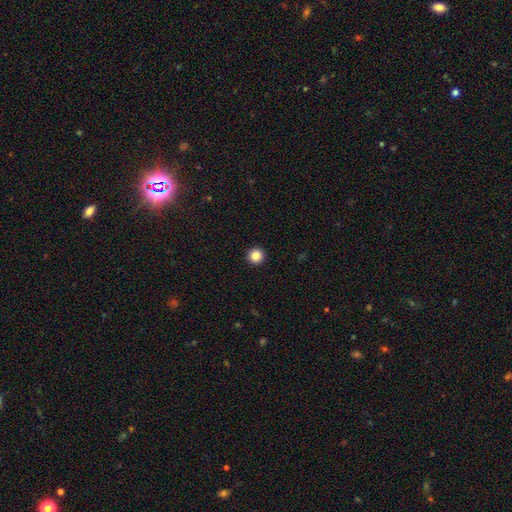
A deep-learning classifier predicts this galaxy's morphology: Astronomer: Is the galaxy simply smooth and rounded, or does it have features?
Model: smooth — 85%.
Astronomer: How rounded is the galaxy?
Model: round — 96%.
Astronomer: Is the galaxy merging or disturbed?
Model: none — 94%.